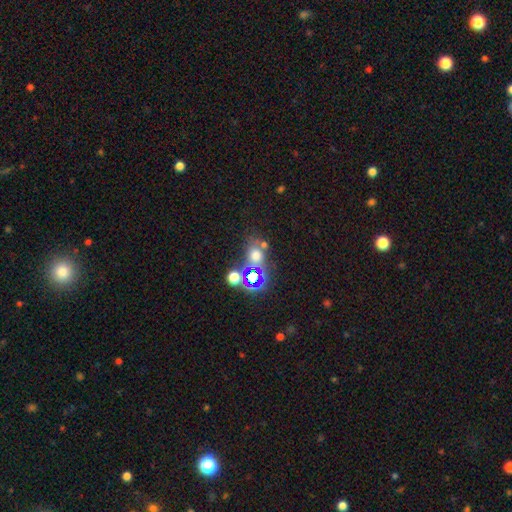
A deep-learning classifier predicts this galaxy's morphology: This appears to be a smooth galaxy with no disk features (53%) that is round (61%). Merging: none (51%).